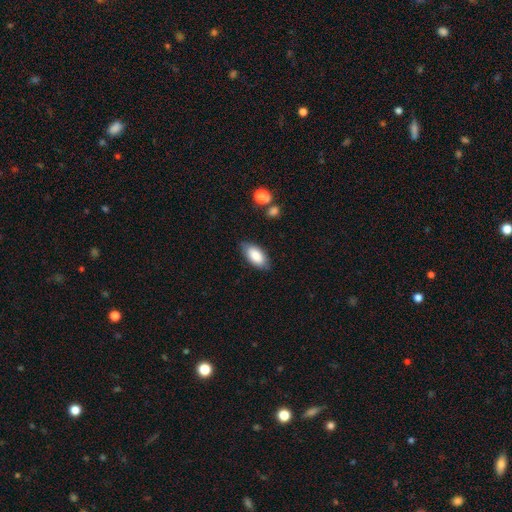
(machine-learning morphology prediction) smooth_or_featured: smooth (p=0.86) [alt: featured or disk p=0.08]
how_rounded: in between (p=0.92) [alt: cigar-shaped p=0.05]
merging: none (p=0.81) [alt: minor disturbance p=0.14]